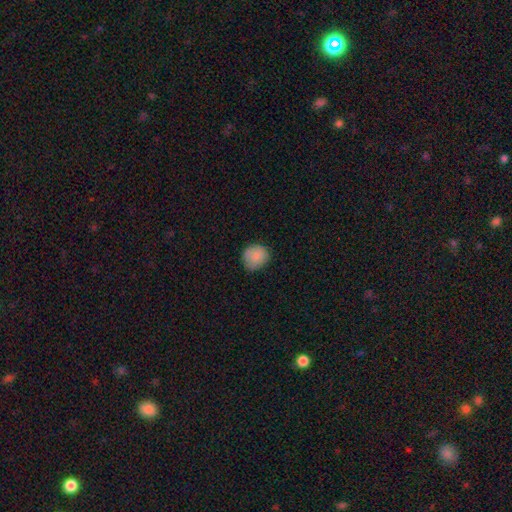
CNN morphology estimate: A smooth galaxy with no disk features (86%) that is round (83%).

Vote fractions:
- Smooth or featured? smooth: 86% / star or artifact: 8% / featured or disk: 6%
- How rounded? round: 83% / in between: 16% / cigar-shaped: 1%
- Merging? none: 74% / minor disturbance: 21% / major disturbance: 4% / merger: 1%